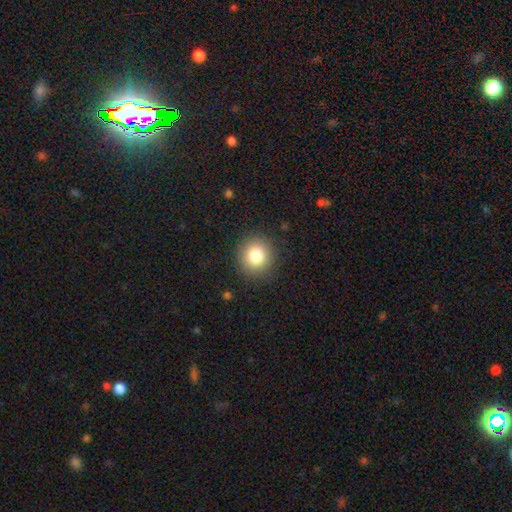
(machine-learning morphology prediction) A smooth galaxy with no disk features (82%) that is round (91%).

Vote fractions:
- Smooth or featured? smooth: 82% / star or artifact: 11% / featured or disk: 8%
- How rounded? round: 91% / in between: 8% / cigar-shaped: 1%
- Merging? none: 89% / minor disturbance: 7% / major disturbance: 3% / merger: 1%